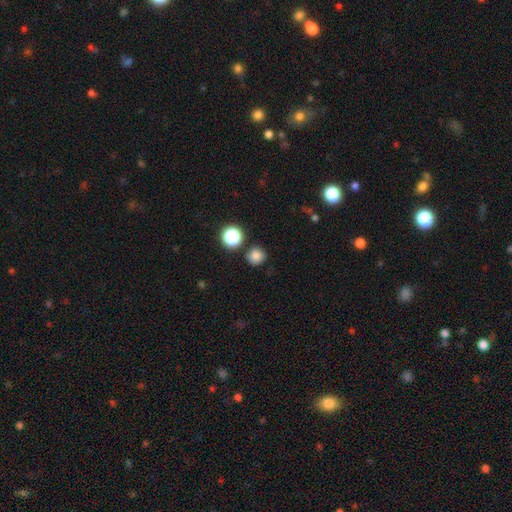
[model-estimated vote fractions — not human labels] smooth-or-featured: smooth: 81% | star or artifact: 14% | featured or disk: 5%
  how-rounded: round: 91% | in between: 8% | cigar-shaped: 1%
  merging: none: 82% | minor disturbance: 10% | merger: 6% | major disturbance: 3%